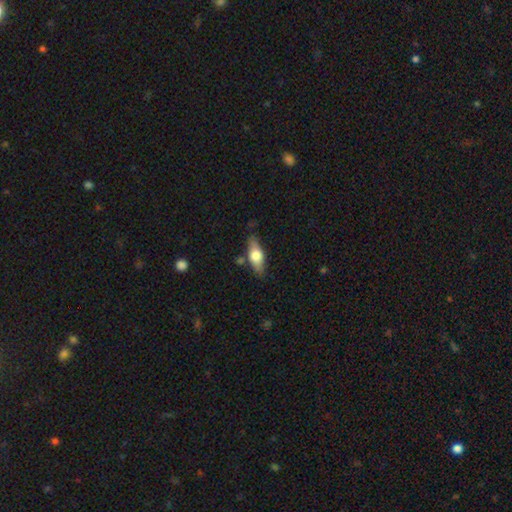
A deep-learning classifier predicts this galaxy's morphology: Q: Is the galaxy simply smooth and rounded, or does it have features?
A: smooth — 58%.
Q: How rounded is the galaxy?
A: in between — 68%.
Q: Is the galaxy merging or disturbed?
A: none — 75%.